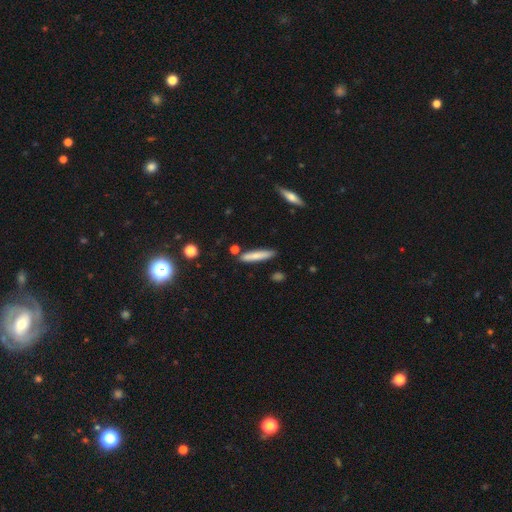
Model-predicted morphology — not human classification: A smooth galaxy with no disk features (75%) that is cigar-shaped (89%).

Vote fractions:
- Smooth or featured? smooth: 75% / featured or disk: 18% / star or artifact: 6%
- How rounded? cigar-shaped: 89% / in between: 9% / round: 2%
- Merging? none: 83% / minor disturbance: 10% / merger: 5% / major disturbance: 2%